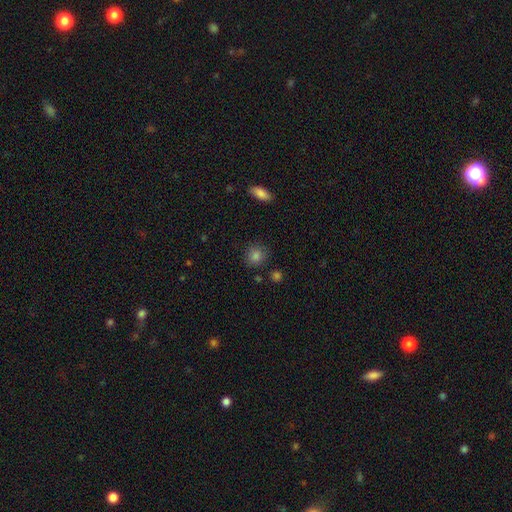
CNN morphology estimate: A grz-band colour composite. It shows a smooth galaxy with no disk features (83%) that is round (82%). Merging: none (84%).